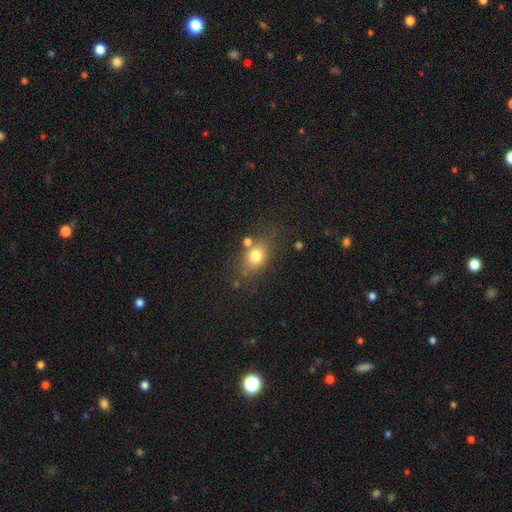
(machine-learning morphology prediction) Smooth or featured?
  - smooth: 77% *
  - featured or disk: 12%
  - star or artifact: 11%
How rounded?
  - in between: 55% *
  - round: 43%
  - cigar-shaped: 2%
Merging?
  - none: 66% *
  - minor disturbance: 16%
  - merger: 11%
  - major disturbance: 7%